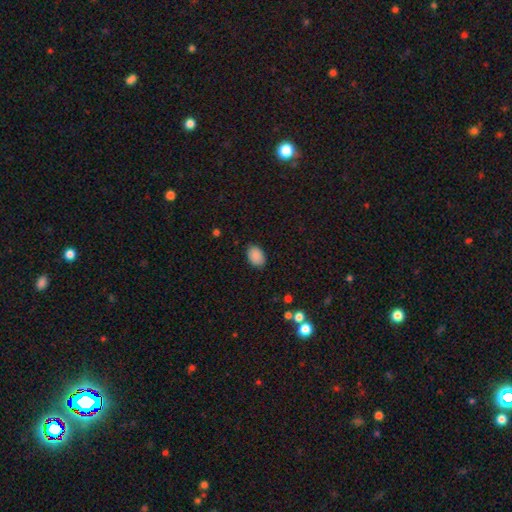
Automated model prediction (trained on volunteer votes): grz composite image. It shows a smooth galaxy with no disk features (89%) that is in between round and cigar-shaped (84%). Merging: none (87%).